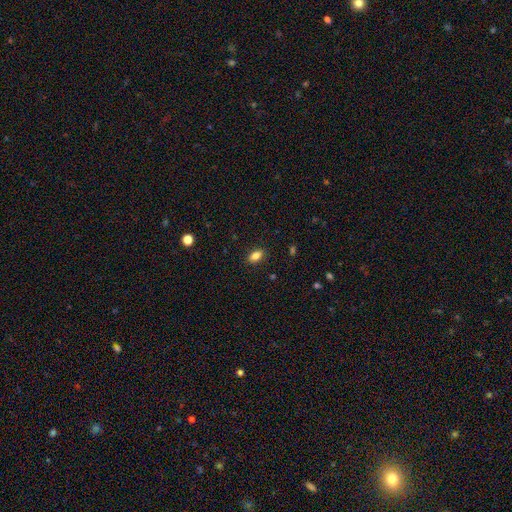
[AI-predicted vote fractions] smooth 84%, star or artifact 10%, featured or disk 6%. Down the decision tree: how rounded — in between (88%); merging — none (88%).